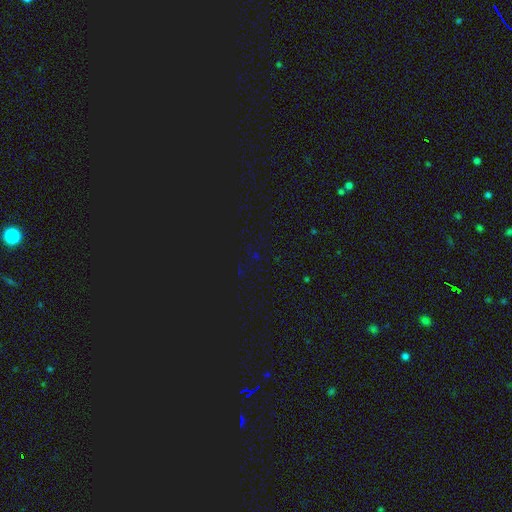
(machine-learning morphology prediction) This appears to be a star or artifact, not a galaxy (76%).